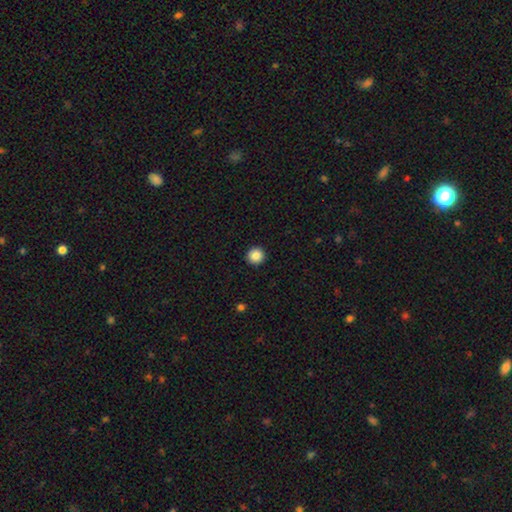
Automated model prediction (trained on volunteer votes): smooth 87%, star or artifact 10%, featured or disk 4%. Down the decision tree: how rounded — round (95%); merging — none (94%).